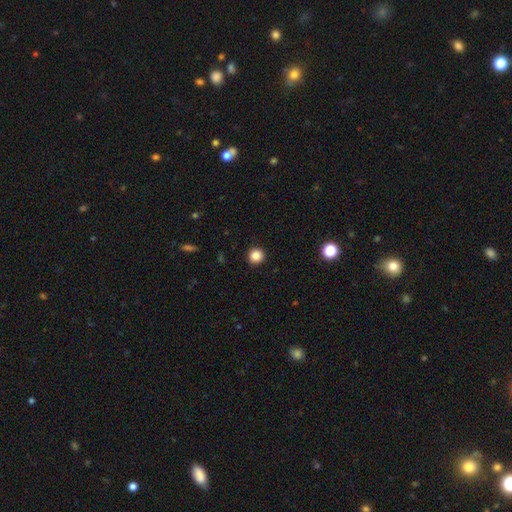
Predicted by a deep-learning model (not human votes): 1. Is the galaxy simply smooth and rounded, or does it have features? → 86% smooth, 11% star or artifact, 3% featured or disk.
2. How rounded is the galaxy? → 94% round, 5% in between, 1% cigar-shaped.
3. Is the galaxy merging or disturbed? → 93% none, 5% minor disturbance, 2% major disturbance, 1% merger.